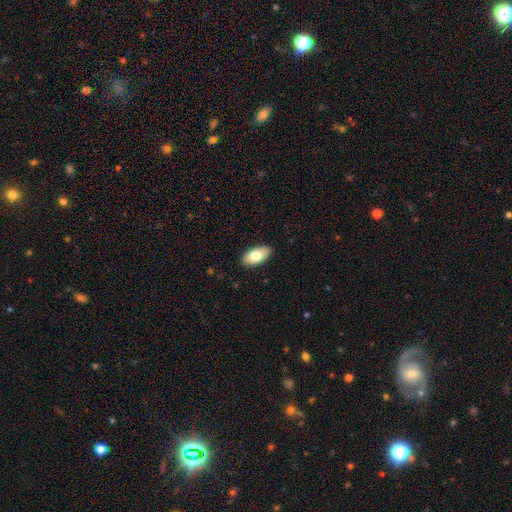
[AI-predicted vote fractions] Overall: smooth (78%). How rounded: in between (94%). Merging: none (89%).